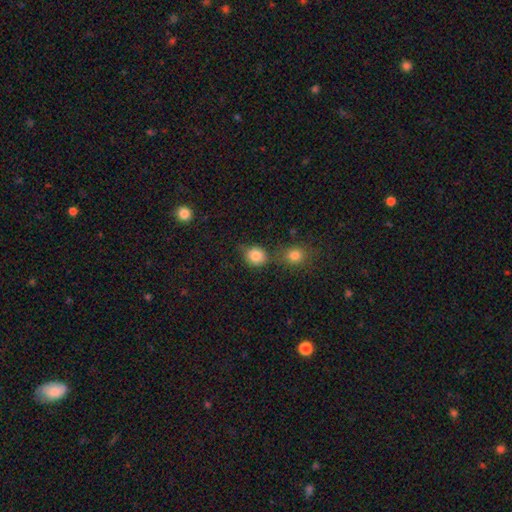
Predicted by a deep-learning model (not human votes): Smooth or featured: smooth — 85% (star or artifact — 10%)
How rounded: round — 81% (in between — 18%)
Merging: none — 64% (merger — 19%)